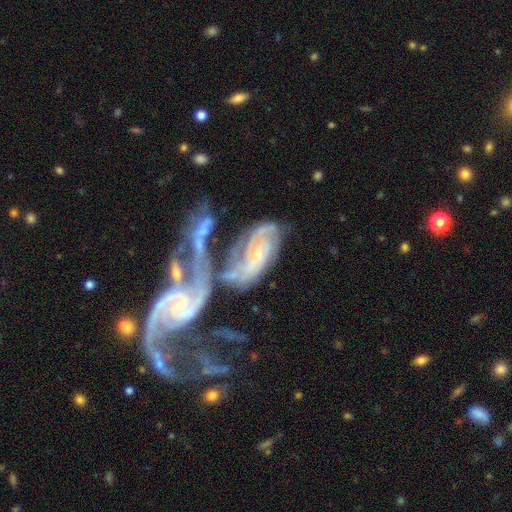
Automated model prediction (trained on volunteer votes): Smooth or featured? Predicted: featured or disk (p=0.85). Edge-on disk? Predicted: no (p=0.96). Bar? Predicted: no (p=0.59). Spiral arms? Predicted: yes (p=0.95). Spiral winding? Predicted: tight (p=0.45). Spiral arm count? Predicted: 2 (p=0.49). Bulge size? Predicted: small (p=0.68). Merging? Predicted: merger (p=0.61).